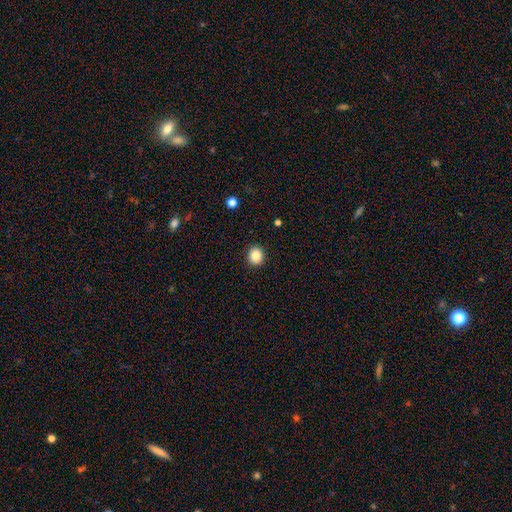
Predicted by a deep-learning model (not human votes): The model was most divided on "how rounded": round: 78%, in between: 21%, cigar-shaped: 1%. More confident: merging — none (91%); smooth or featured — smooth (86%).